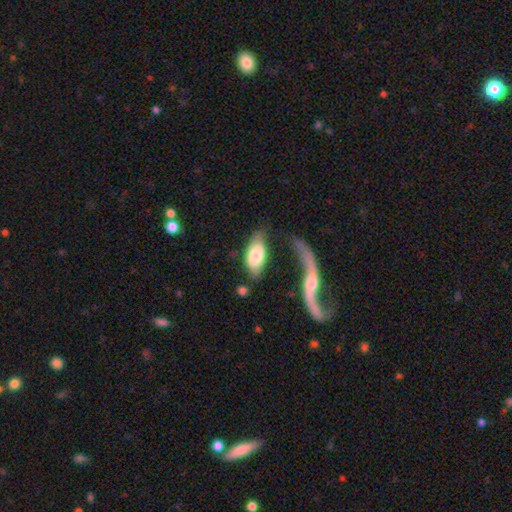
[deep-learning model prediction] Smooth or featured? smooth (72%)
How rounded? in between (90%)
Merging? none (54%)